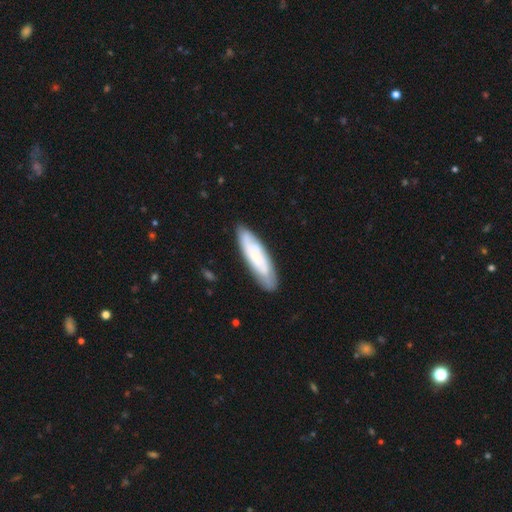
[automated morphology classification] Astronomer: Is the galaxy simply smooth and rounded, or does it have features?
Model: smooth — 53% (runner-up: featured or disk, 41%).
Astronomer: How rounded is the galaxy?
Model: cigar-shaped — 68%.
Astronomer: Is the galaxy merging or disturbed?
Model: none — 82%.